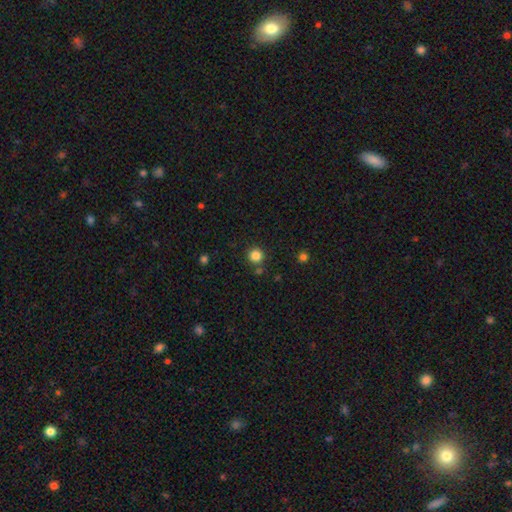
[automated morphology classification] Smooth or featured? smooth (83%)
How rounded? round (95%)
Merging? none (85%)